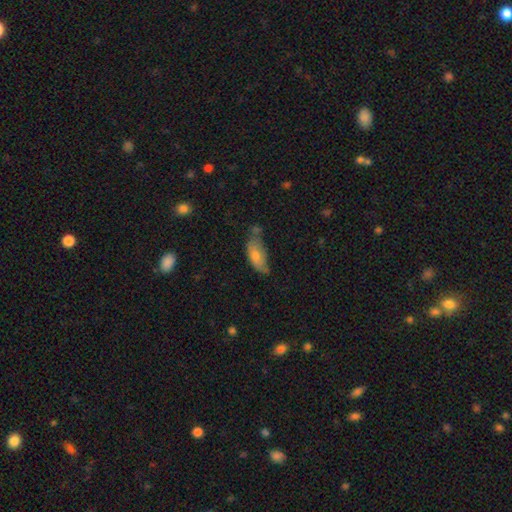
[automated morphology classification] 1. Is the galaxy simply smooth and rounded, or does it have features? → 71% smooth, 21% featured or disk, 8% star or artifact.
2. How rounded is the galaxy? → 79% in between, 18% cigar-shaped, 3% round.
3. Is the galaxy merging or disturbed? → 44% none, 35% minor disturbance, 11% major disturbance, 10% merger.